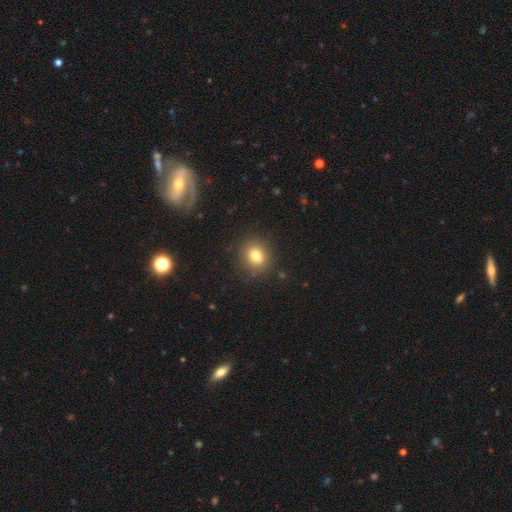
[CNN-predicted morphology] A smooth galaxy with no disk features (79%) that is round (76%).

Vote fractions:
- Smooth or featured? smooth: 79% / star or artifact: 12% / featured or disk: 8%
- How rounded? round: 76% / in between: 23% / cigar-shaped: 1%
- Merging? none: 86% / minor disturbance: 9% / major disturbance: 3% / merger: 2%